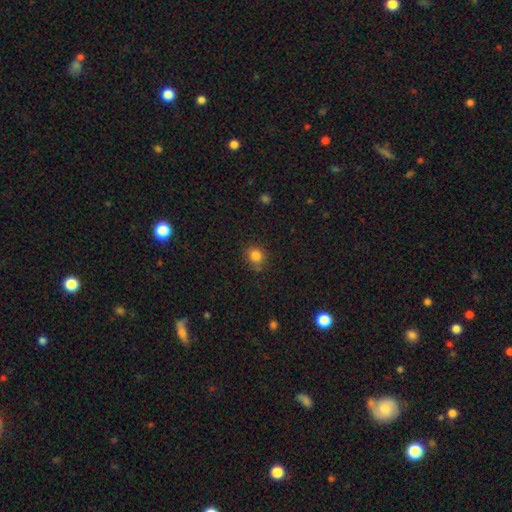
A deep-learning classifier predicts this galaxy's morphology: smooth-or-featured: smooth: 83% | star or artifact: 12% | featured or disk: 5%
  how-rounded: round: 79% | in between: 20% | cigar-shaped: 1%
  merging: none: 76% | minor disturbance: 17% | merger: 4% | major disturbance: 4%